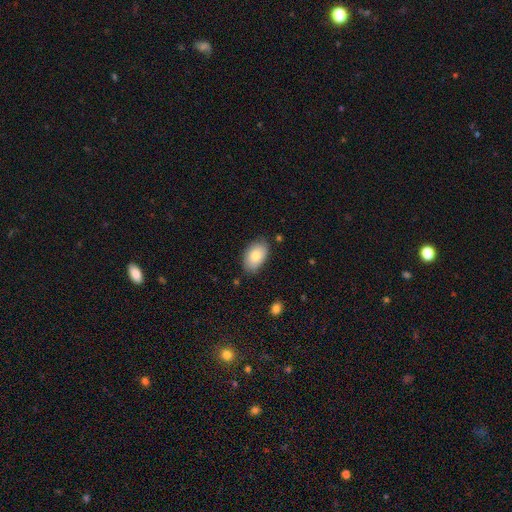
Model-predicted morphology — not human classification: Smooth or featured?
  - smooth: 82% *
  - featured or disk: 12%
  - star or artifact: 6%
How rounded?
  - in between: 92% *
  - round: 6%
  - cigar-shaped: 1%
Merging?
  - none: 80% *
  - minor disturbance: 15%
  - major disturbance: 3%
  - merger: 2%